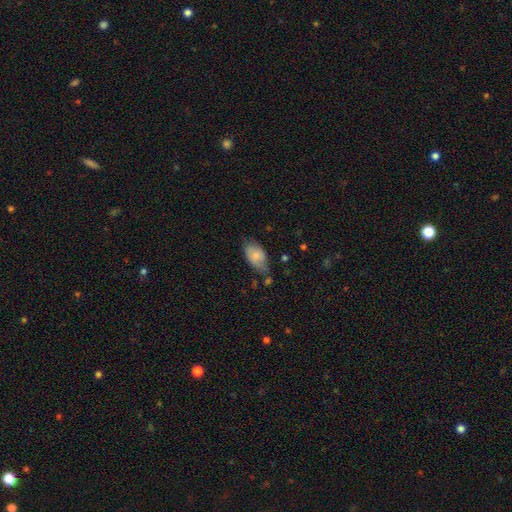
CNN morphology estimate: smooth 77%, featured or disk 16%, star or artifact 7%. Down the decision tree: how rounded — in between (92%); merging — none (49%).